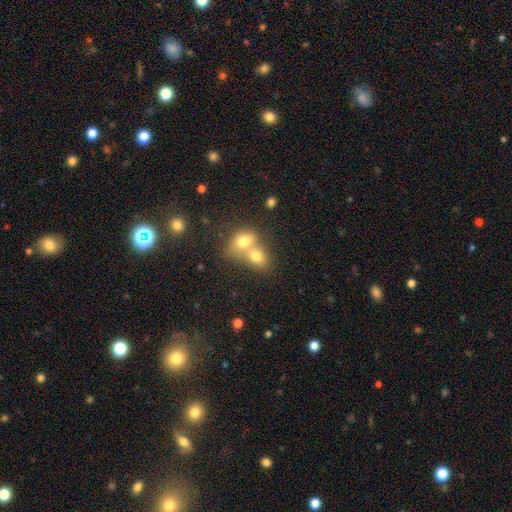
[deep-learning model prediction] The model was most divided on "how rounded": in between: 61%, round: 38%, cigar-shaped: 1%. More confident: smooth or featured — smooth (74%); merging — merger (70%).